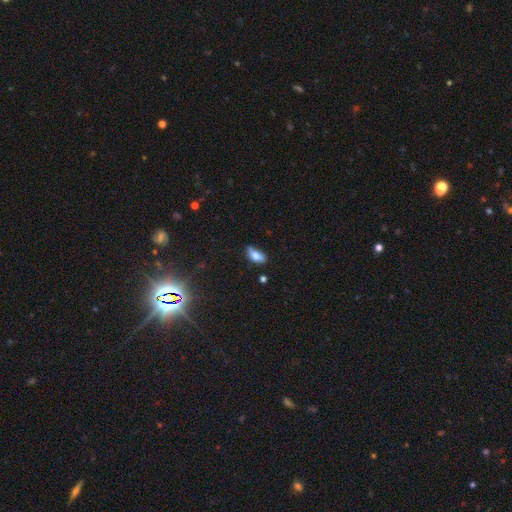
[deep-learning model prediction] A smooth galaxy with no disk features (77%) that is in between round and cigar-shaped (87%).

Vote fractions:
- Smooth or featured? smooth: 77% / featured or disk: 14% / star or artifact: 9%
- How rounded? in between: 87% / cigar-shaped: 10% / round: 3%
- Merging? none: 64% / minor disturbance: 27% / major disturbance: 5% / merger: 3%